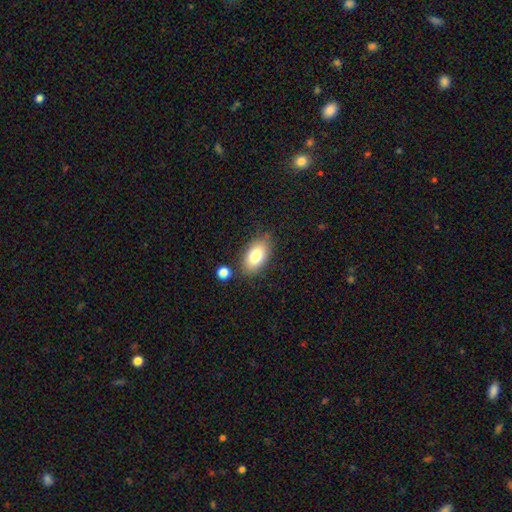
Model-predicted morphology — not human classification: This appears to be a smooth galaxy with no disk features (80%) that is in between round and cigar-shaped (92%). Merging: none (78%).